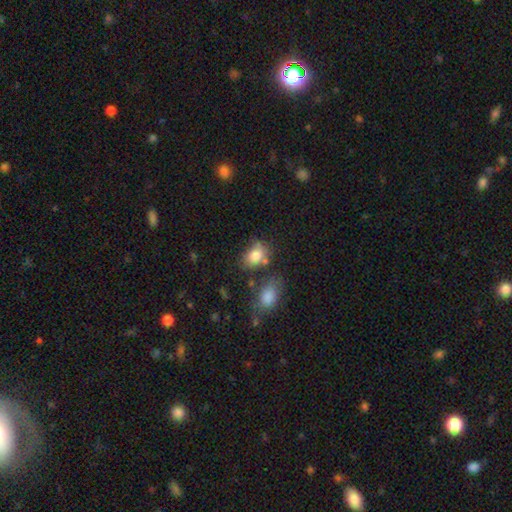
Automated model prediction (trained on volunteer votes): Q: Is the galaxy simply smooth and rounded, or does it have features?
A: smooth — 80%.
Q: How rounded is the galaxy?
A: in between — 77%.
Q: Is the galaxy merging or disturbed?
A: none — 55%.